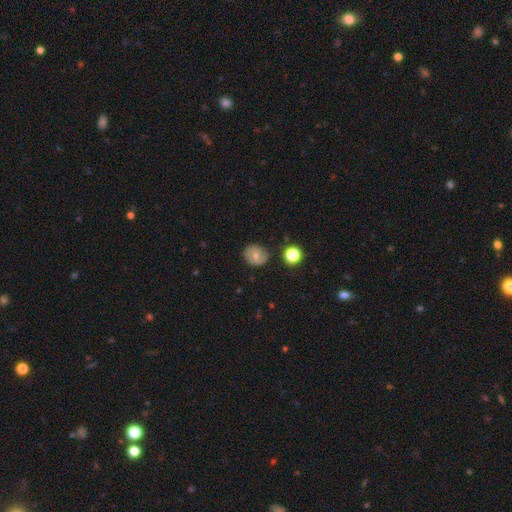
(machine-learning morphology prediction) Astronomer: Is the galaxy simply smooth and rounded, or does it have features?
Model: smooth — 50% (runner-up: featured or disk, 40%).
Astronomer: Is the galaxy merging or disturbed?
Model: none — 78%.